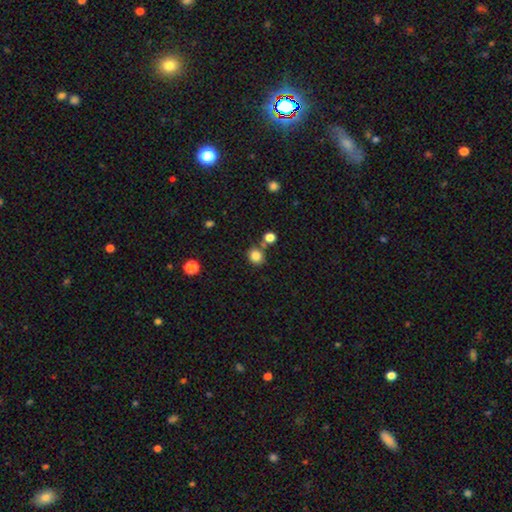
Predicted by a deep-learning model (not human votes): The model was most divided on "how rounded": round: 78%, in between: 21%, cigar-shaped: 1%. More confident: smooth or featured — smooth (83%); merging — none (72%).